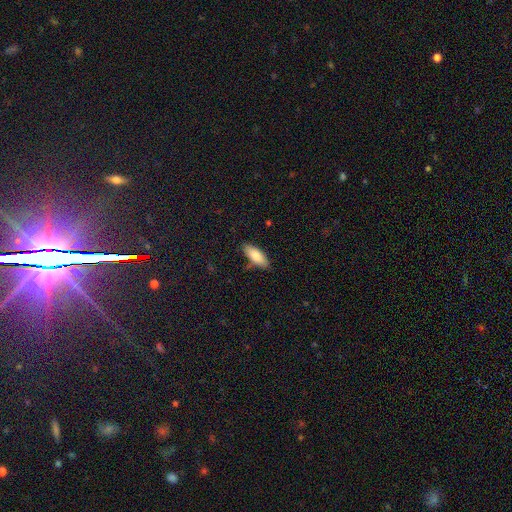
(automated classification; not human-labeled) smooth-or-featured: smooth: 83% | featured or disk: 10% | star or artifact: 6%
  how-rounded: in between: 75% | cigar-shaped: 23% | round: 2%
  merging: none: 81% | minor disturbance: 14% | major disturbance: 3% | merger: 3%